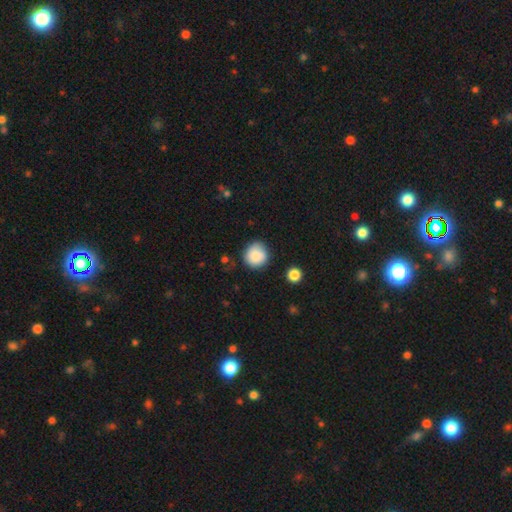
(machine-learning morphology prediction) Q: Smooth or featured?
A: smooth (85%); runner-up: star or artifact (8%)
Q: How rounded?
A: round (89%); runner-up: in between (10%)
Q: Merging?
A: none (77%); runner-up: minor disturbance (17%)